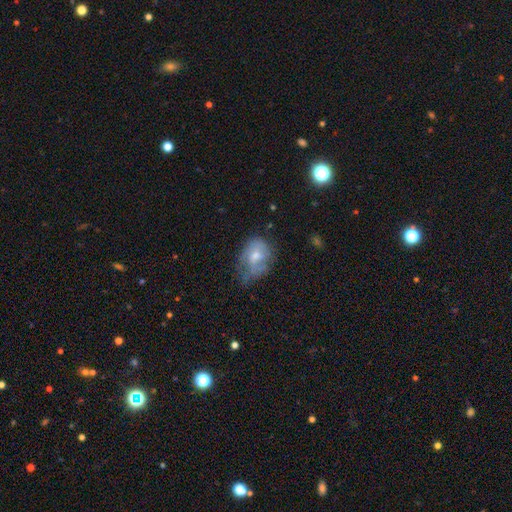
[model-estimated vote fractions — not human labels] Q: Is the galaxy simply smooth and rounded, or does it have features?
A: smooth — 49%.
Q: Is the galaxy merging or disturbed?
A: minor disturbance — 37%.